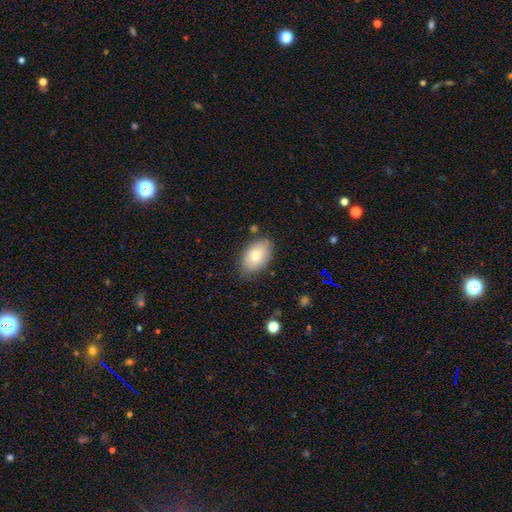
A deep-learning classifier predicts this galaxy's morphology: smooth_or_featured: smooth (p=0.76) [alt: featured or disk p=0.17]
how_rounded: in between (p=0.90) [alt: round p=0.08]
merging: none (p=0.80) [alt: minor disturbance p=0.15]